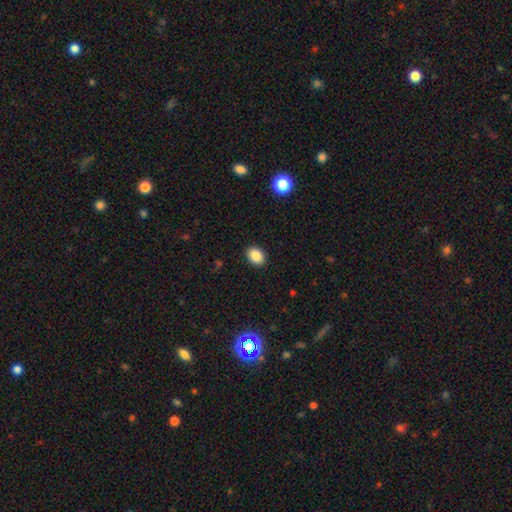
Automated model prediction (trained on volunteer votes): This is clearly a smooth galaxy (86%). How rounded: likely in between (62%). Merging: clearly none (91%).